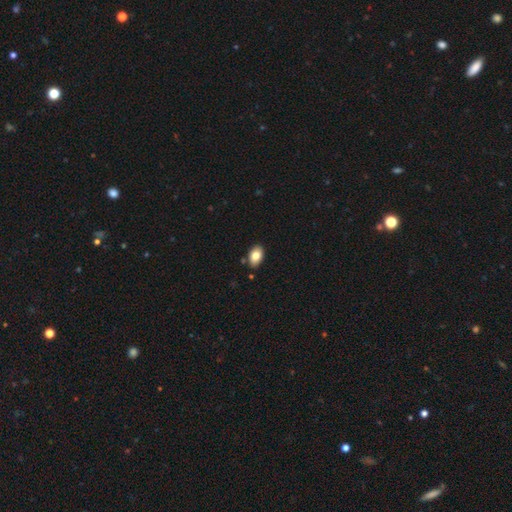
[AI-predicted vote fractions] smooth-or-featured: smooth: 82% | featured or disk: 10% | star or artifact: 8%
  how-rounded: in between: 89% | round: 9% | cigar-shaped: 1%
  merging: none: 86% | minor disturbance: 10% | merger: 2% | major disturbance: 2%